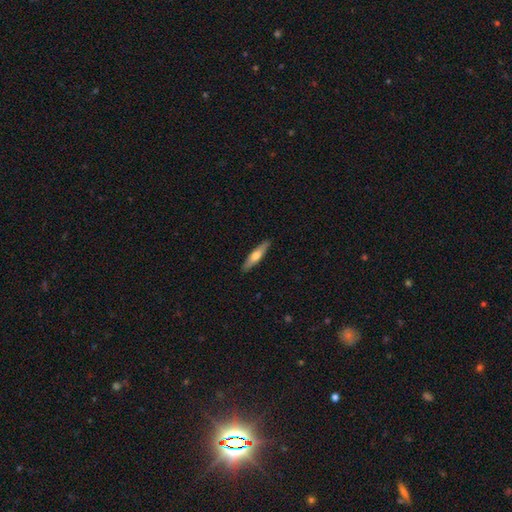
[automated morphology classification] A smooth galaxy with no disk features (58%) that is cigar-shaped (83%).

Vote fractions:
- Smooth or featured? smooth: 58% / featured or disk: 36% / star or artifact: 5%
- How rounded? cigar-shaped: 83% / in between: 16% / round: 2%
- Merging? none: 90% / minor disturbance: 8% / major disturbance: 2% / merger: 1%